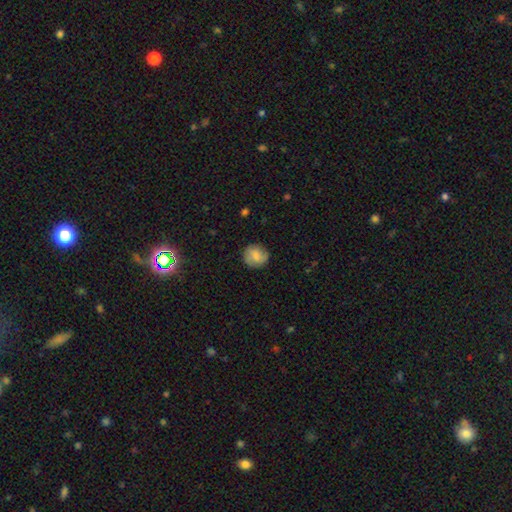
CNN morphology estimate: Smooth or featured? Predicted: smooth (p=0.75). How rounded? Predicted: round (p=0.87). Merging? Predicted: none (p=0.82).